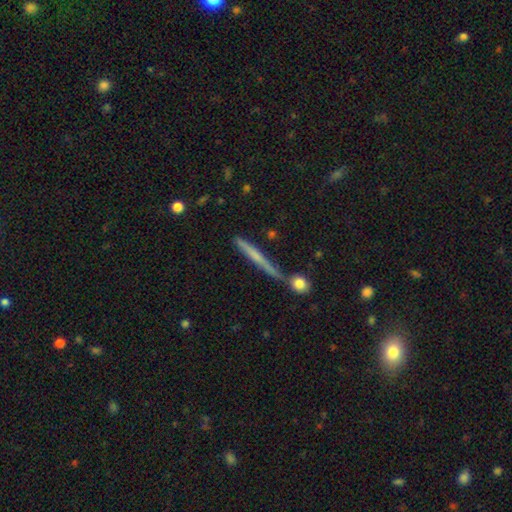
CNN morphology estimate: Overall: featured or disk (47%; smooth 45%). Merging: none (71%).